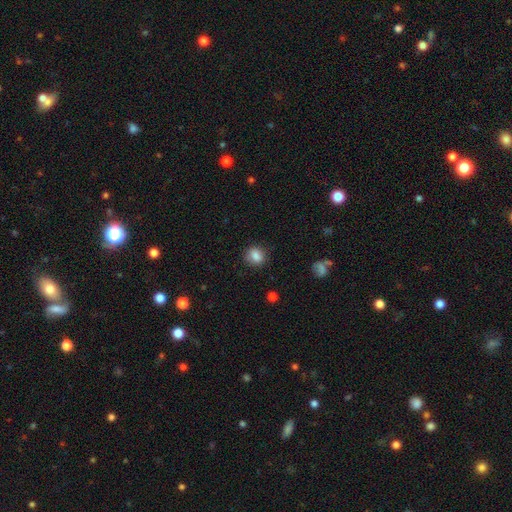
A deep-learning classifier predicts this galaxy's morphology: smooth-or-featured: smooth: 84% | star or artifact: 10% | featured or disk: 6%
  how-rounded: round: 66% | in between: 33% | cigar-shaped: 1%
  merging: none: 83% | minor disturbance: 12% | major disturbance: 3% | merger: 1%